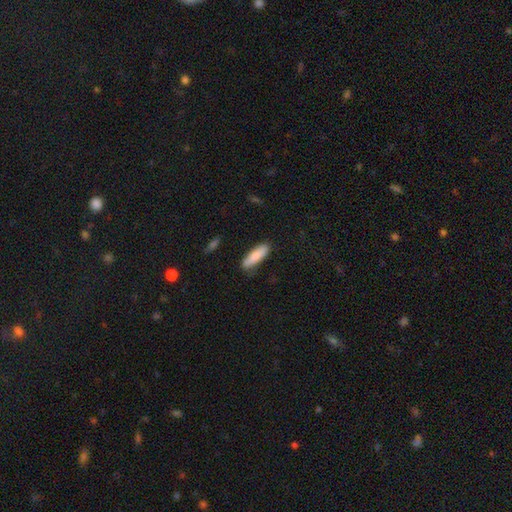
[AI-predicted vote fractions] Smooth or featured: smooth — 82% (featured or disk — 12%)
How rounded: cigar-shaped — 56% (in between — 43%)
Merging: none — 84% (minor disturbance — 12%)